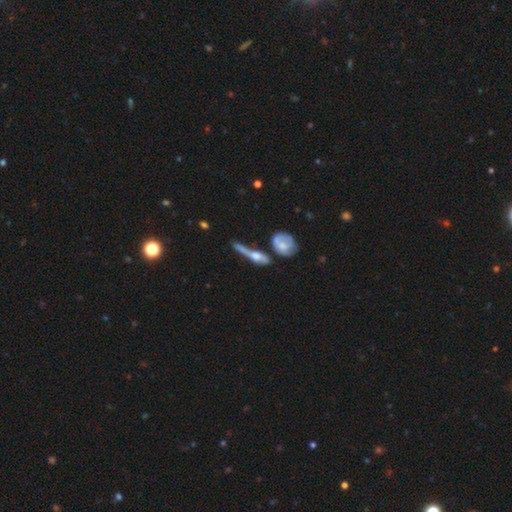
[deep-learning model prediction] A featured or disk galaxy (58%) viewed edge-on (78%).

Vote fractions:
- Smooth or featured? featured or disk: 58% / smooth: 33% / star or artifact: 9%
- Edge-on disk? yes: 78% / no: 22%
- Merging? none: 42% / merger: 22% / minor disturbance: 19% / major disturbance: 16%